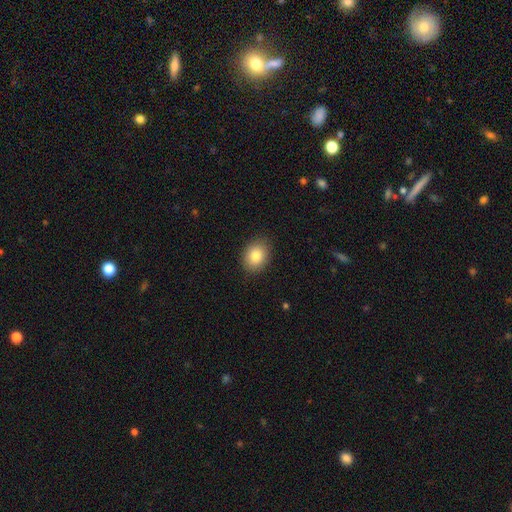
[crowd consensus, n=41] Q: Smooth or featured?
A: smooth (95%); runner-up: star or artifact (5%)
Q: How rounded?
A: round (59%); runner-up: in between (41%)
Q: Merging?
A: none (87%); runner-up: minor disturbance (10%)